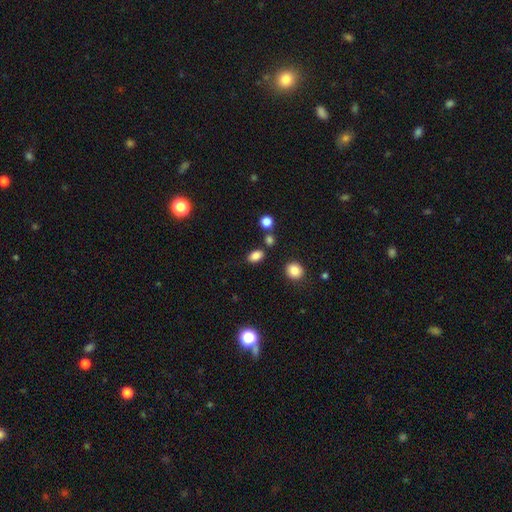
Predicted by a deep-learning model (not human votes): smooth-or-featured: smooth: 84% | star or artifact: 11% | featured or disk: 5%
  how-rounded: in between: 83% | round: 15% | cigar-shaped: 2%
  merging: none: 80% | minor disturbance: 11% | merger: 6% | major disturbance: 3%